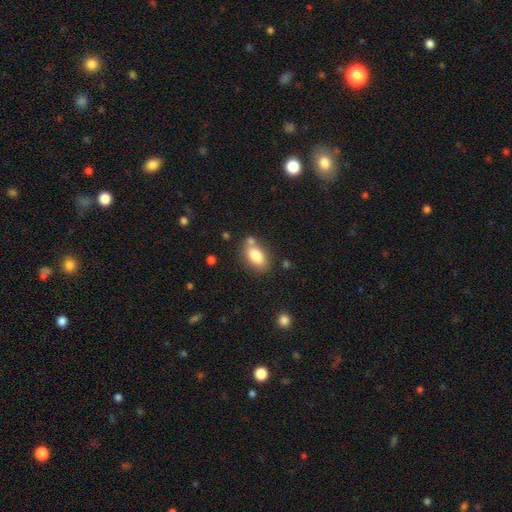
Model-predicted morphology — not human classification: The model was most divided on "merging": none: 64%, minor disturbance: 16%, merger: 16%, major disturbance: 4%. More confident: how rounded — in between (87%); smooth or featured — smooth (80%).